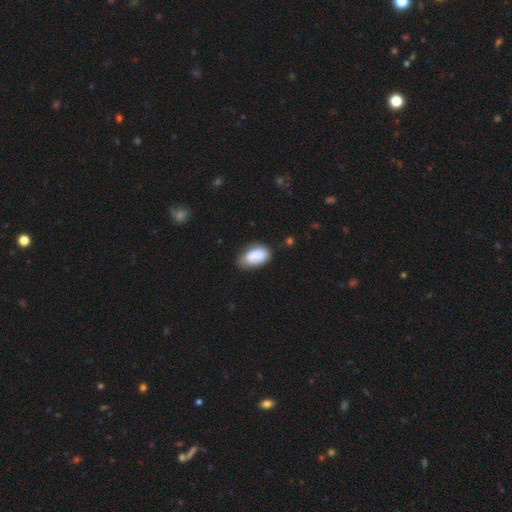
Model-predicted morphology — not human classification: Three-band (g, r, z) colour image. It shows a smooth galaxy with no disk features (80%) that is in between round and cigar-shaped (92%). Merging: none (59%).